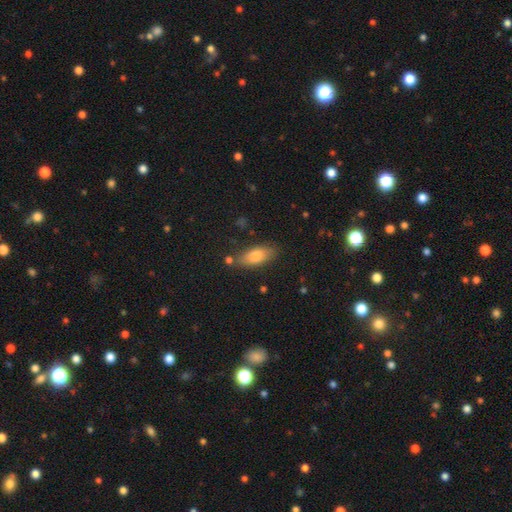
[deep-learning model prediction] smooth 77%, featured or disk 15%, star or artifact 8%. Down the decision tree: how rounded — in between (74%); merging — none (79%).